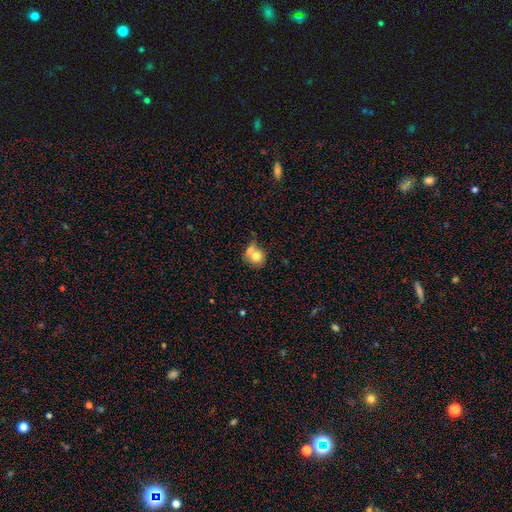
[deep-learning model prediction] Overall: smooth (75%). How rounded: round (76%). Merging: merger (48%; none 35%).